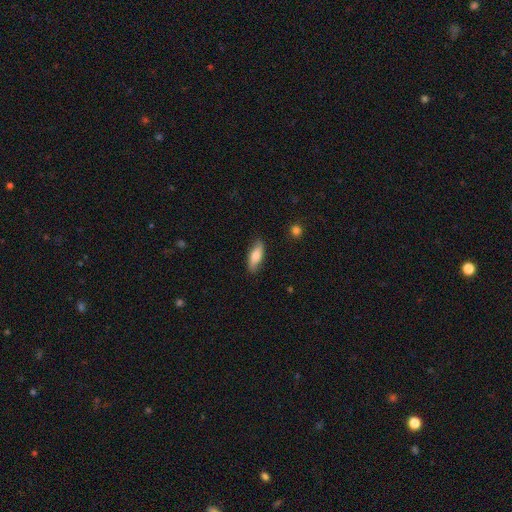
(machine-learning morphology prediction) Smooth or featured? Predicted: smooth (p=0.73). How rounded? Predicted: in between (p=0.64). Merging? Predicted: none (p=0.84).